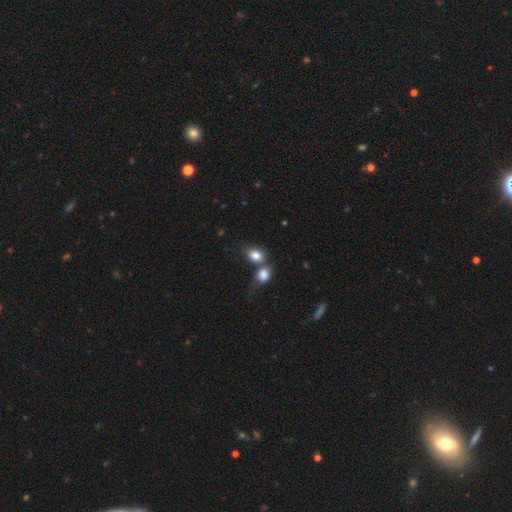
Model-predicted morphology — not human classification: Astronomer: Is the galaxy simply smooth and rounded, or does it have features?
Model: smooth — 83%.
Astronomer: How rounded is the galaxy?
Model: in between — 63%.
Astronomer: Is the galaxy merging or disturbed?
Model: merger — 48% (runner-up: none, 38%).